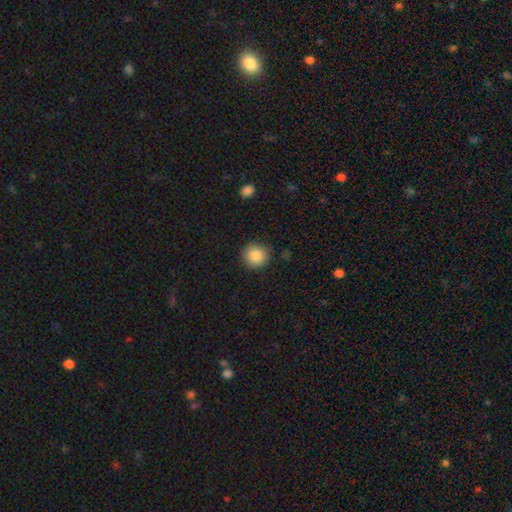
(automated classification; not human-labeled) Smooth or featured? Predicted: smooth (p=0.87). How rounded? Predicted: round (p=0.93). Merging? Predicted: none (p=0.89).